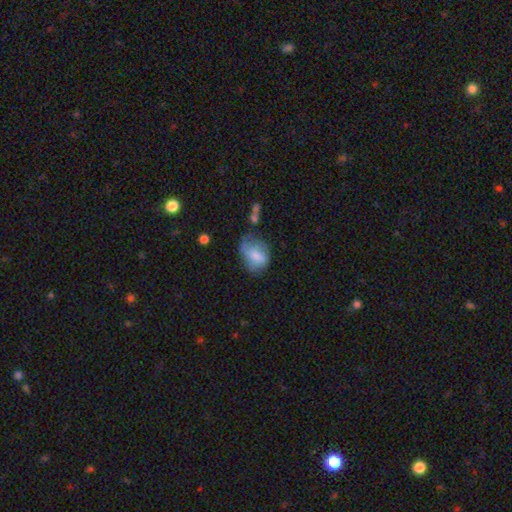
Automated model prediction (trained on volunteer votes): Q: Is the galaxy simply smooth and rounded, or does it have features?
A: smooth — 69%.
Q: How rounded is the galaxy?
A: in between — 72%.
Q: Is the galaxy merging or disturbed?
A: none — 35%, tied with minor disturbance.